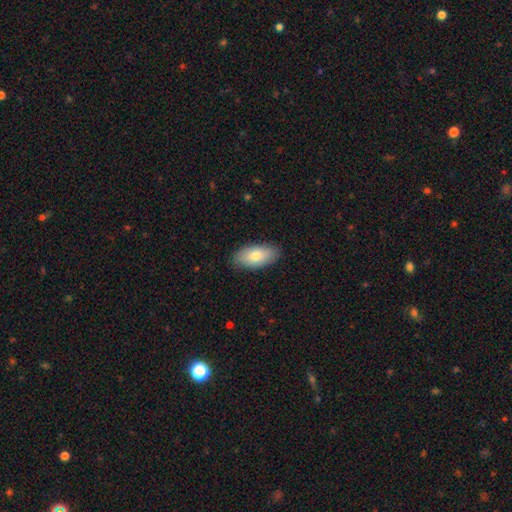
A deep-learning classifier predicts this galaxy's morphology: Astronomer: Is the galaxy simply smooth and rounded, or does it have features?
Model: smooth — 77%.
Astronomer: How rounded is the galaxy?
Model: in between — 92%.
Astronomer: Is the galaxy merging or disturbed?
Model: none — 86%.